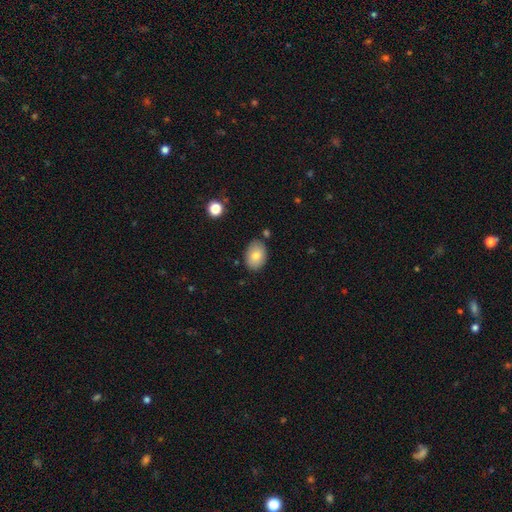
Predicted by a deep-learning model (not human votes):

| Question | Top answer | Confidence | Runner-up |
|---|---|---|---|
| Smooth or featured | smooth | 80% | featured or disk (13%) |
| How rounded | in between | 82% | round (17%) |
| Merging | none | 82% | minor disturbance (13%) |